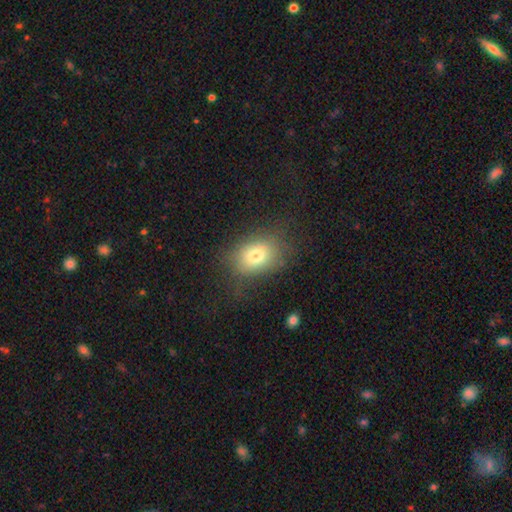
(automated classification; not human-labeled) smooth 75%, featured or disk 13%, star or artifact 11%. Down the decision tree: how rounded — in between (69%); merging — none (71%).